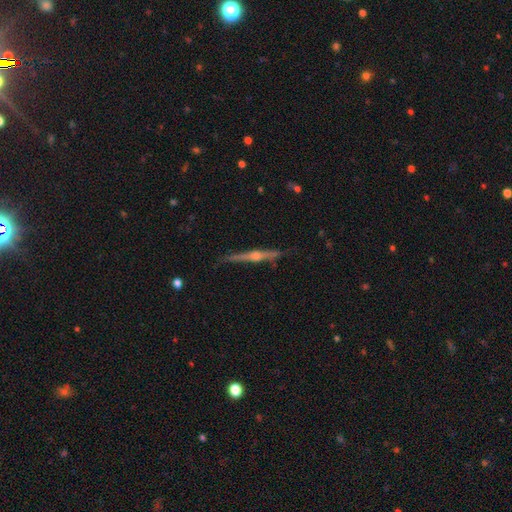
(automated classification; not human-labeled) The model was most divided on "smooth or featured": featured or disk: 79%, smooth: 15%, star or artifact: 6%. More confident: edge-on disk — yes (98%); merging — none (86%); edge-on bulge — rounded (86%).